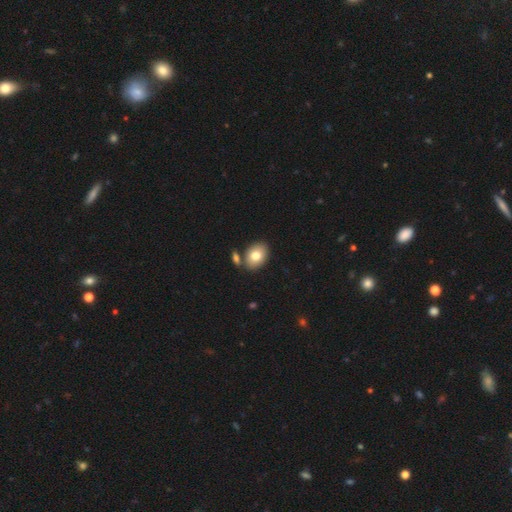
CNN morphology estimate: Smooth or featured? Predicted: smooth (p=0.79). How rounded? Predicted: in between (p=0.76). Merging? Predicted: none (p=0.73).